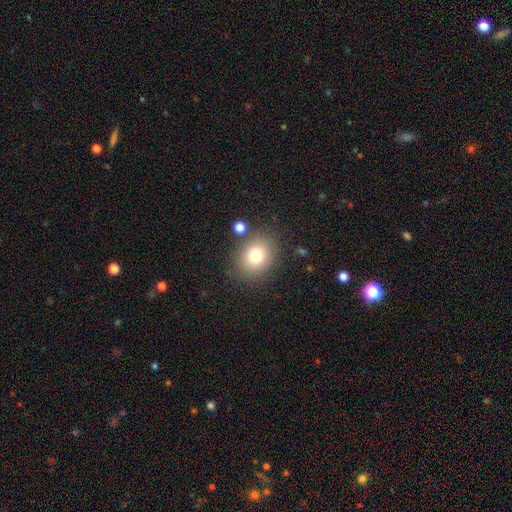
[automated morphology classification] Q: Smooth or featured?
A: smooth (77%); runner-up: star or artifact (12%)
Q: How rounded?
A: round (56%); runner-up: in between (43%)
Q: Merging?
A: none (81%); runner-up: minor disturbance (10%)